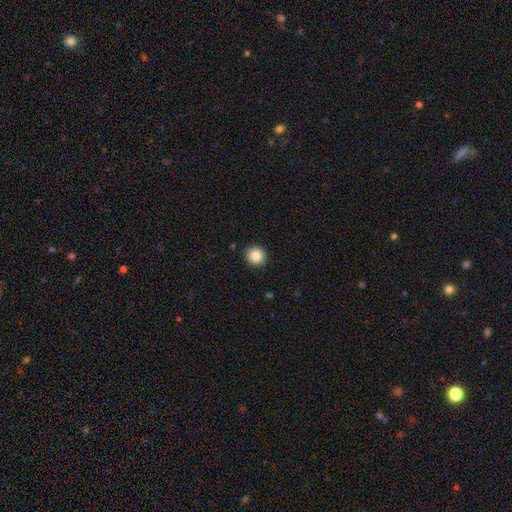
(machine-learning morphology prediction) Smooth or featured? Predicted: smooth (p=0.86). How rounded? Predicted: round (p=0.94). Merging? Predicted: none (p=0.93).